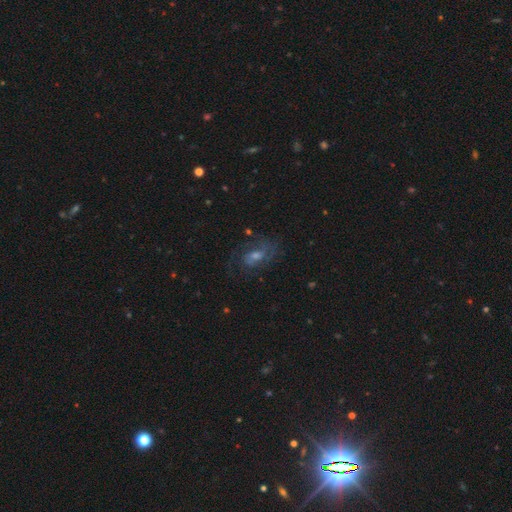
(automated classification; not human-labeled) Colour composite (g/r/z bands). It shows a featured or disk galaxy (66%) with no bar (46%), 2 (54%) medium (46%) spiral arms (88%) and a moderate central bulge (53%). Merging: none (69%).